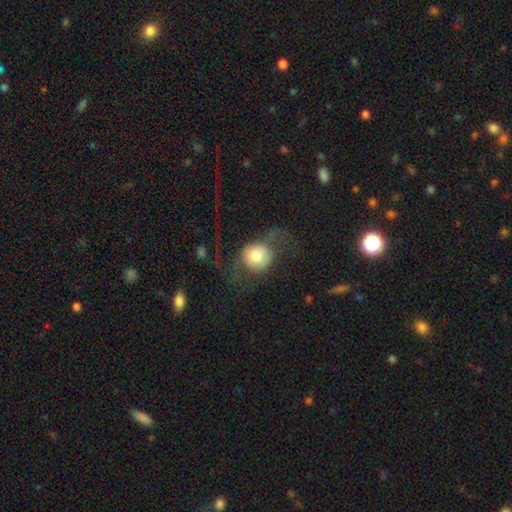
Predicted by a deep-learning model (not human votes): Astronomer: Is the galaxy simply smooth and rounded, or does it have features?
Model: smooth — 58%.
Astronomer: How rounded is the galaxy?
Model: round — 83%.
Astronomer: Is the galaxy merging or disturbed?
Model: major disturbance — 43% (runner-up: none, 37%).